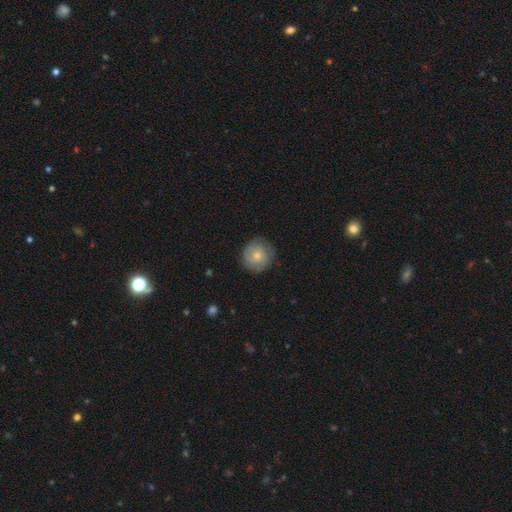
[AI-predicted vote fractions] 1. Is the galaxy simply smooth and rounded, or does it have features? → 64% smooth, 29% featured or disk, 7% star or artifact.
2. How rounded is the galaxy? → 91% round, 8% in between, 1% cigar-shaped.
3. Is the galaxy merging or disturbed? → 78% none, 16% minor disturbance, 4% major disturbance, 1% merger.